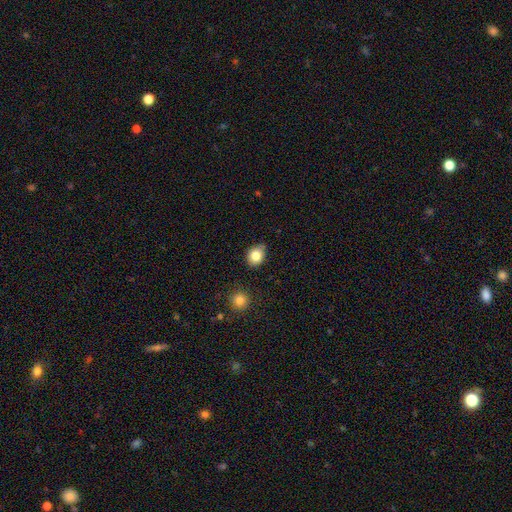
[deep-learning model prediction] This appears to be a smooth galaxy with no disk features (83%) that is round (59%). Merging: none (74%).